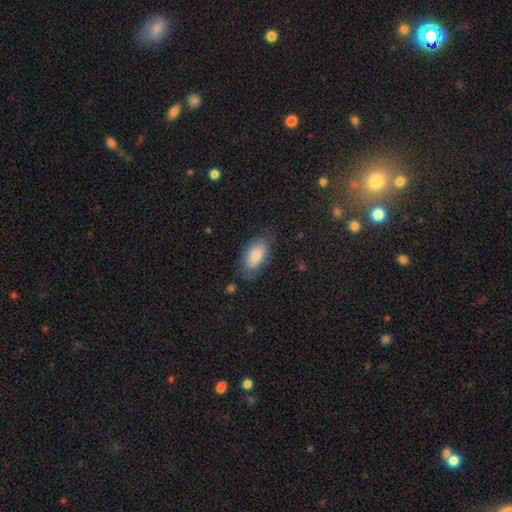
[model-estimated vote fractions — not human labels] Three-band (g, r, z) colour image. It shows a smooth galaxy with no disk features (82%) that is in between round and cigar-shaped (92%). Merging: none (75%).